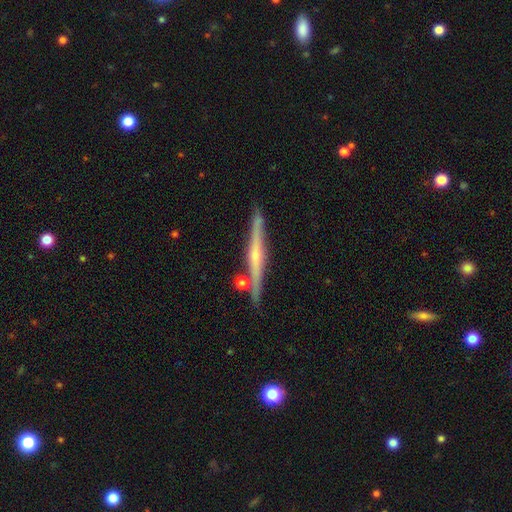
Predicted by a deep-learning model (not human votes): This appears to be a featured or disk galaxy (74%) viewed edge-on (98%) with a rounded central bulge (66%). Merging: none (86%).